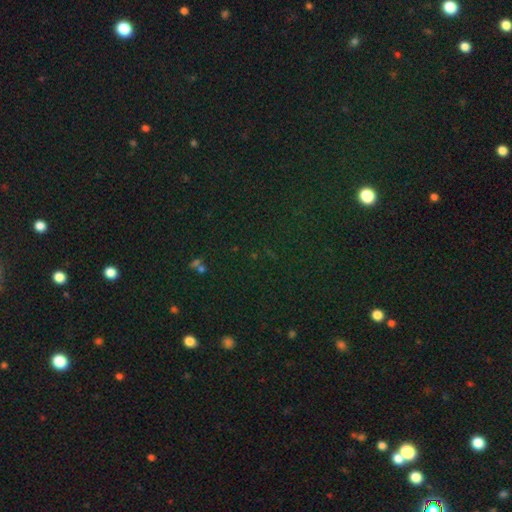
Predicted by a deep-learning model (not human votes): This appears to be a star or artifact, not a galaxy (72%).